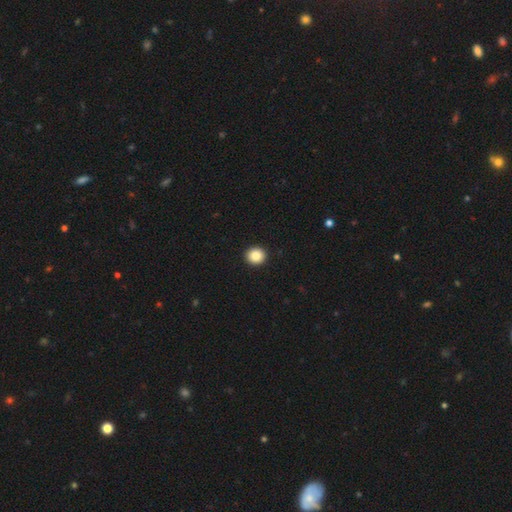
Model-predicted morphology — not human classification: This appears to be a smooth galaxy with no disk features (86%) that is round (89%). Merging: none (94%).